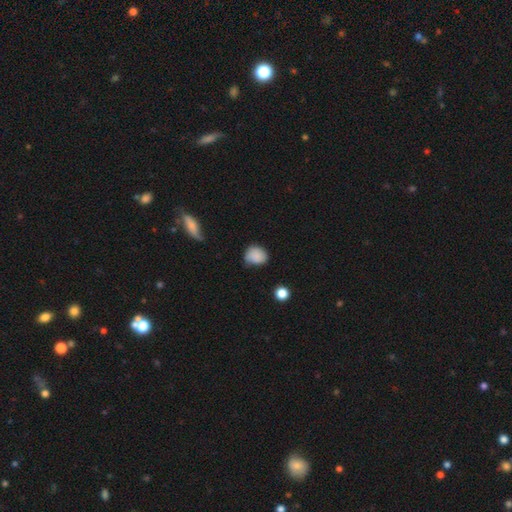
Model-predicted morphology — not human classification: A smooth galaxy with no disk features (80%) that is round (61%).

Vote fractions:
- Smooth or featured? smooth: 80% / featured or disk: 11% / star or artifact: 9%
- How rounded? round: 61% / in between: 38% / cigar-shaped: 1%
- Merging? none: 54% / minor disturbance: 35% / major disturbance: 8% / merger: 3%